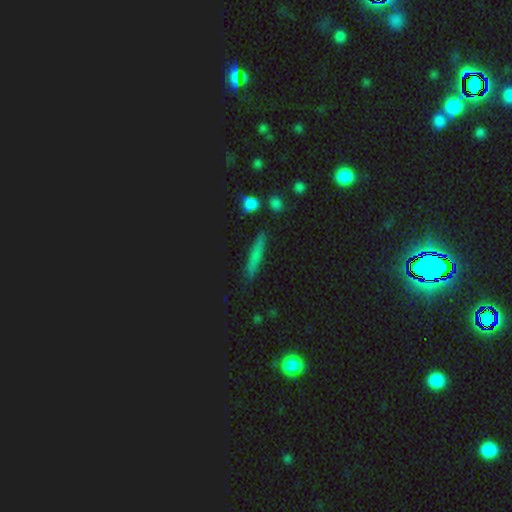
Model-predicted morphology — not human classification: Smooth or featured?
  - smooth: 64% *
  - featured or disk: 19%
  - star or artifact: 17%
How rounded?
  - cigar-shaped: 89% *
  - in between: 7%
  - round: 4%
Merging?
  - none: 86% *
  - minor disturbance: 10%
  - merger: 3%
  - major disturbance: 2%